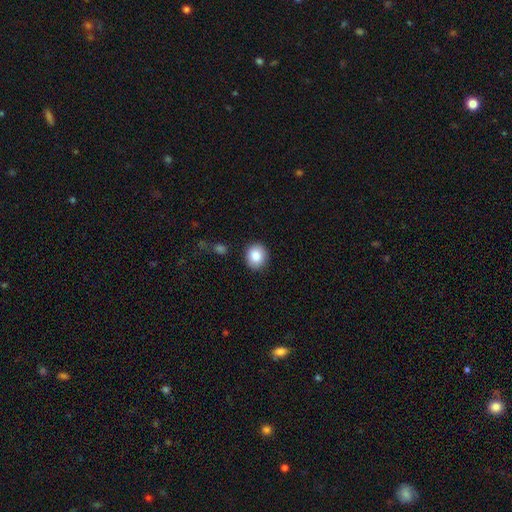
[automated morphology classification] Smooth or featured?
  - smooth: 85% *
  - star or artifact: 8%
  - featured or disk: 7%
How rounded?
  - round: 77% *
  - in between: 22%
  - cigar-shaped: 1%
Merging?
  - none: 88% *
  - minor disturbance: 8%
  - major disturbance: 2%
  - merger: 2%